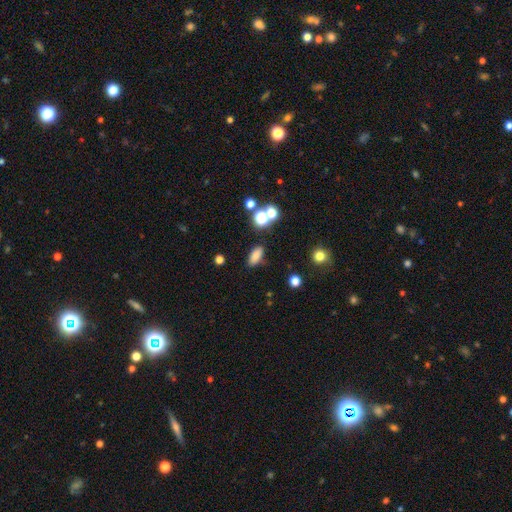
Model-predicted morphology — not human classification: This appears to be a smooth galaxy with no disk features (80%) that is in between round and cigar-shaped (81%). Merging: none (81%).